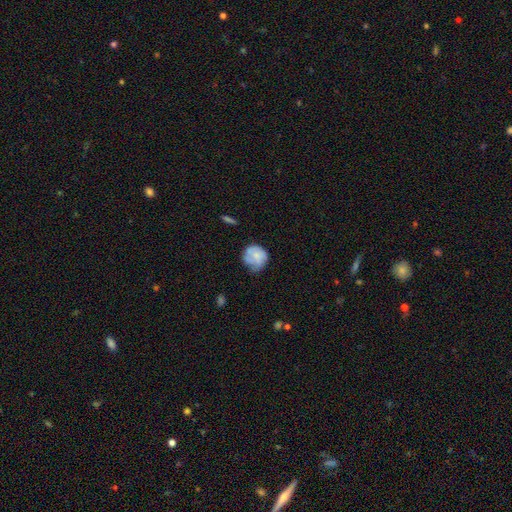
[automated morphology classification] smooth-or-featured: smooth: 61% | featured or disk: 31% | star or artifact: 8%
  how-rounded: round: 81% | in between: 18% | cigar-shaped: 1%
  merging: none: 50% | minor disturbance: 35% | major disturbance: 13% | merger: 3%